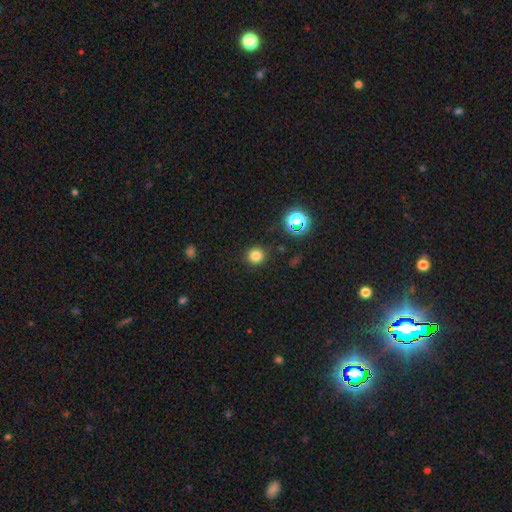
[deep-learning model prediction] A smooth galaxy with no disk features (80%) that is round (90%). Merging: none (88%).